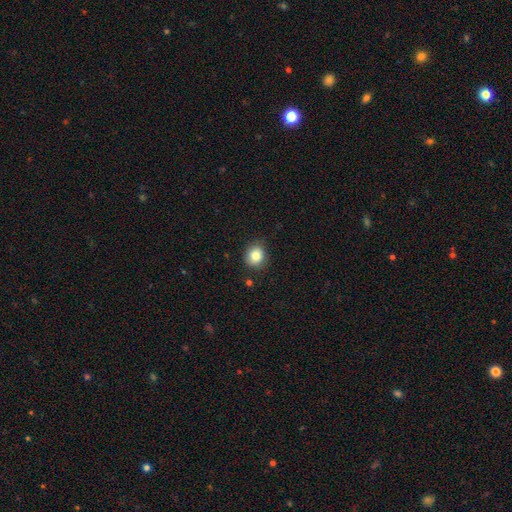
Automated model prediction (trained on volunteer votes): Smooth or featured? smooth (83%)
How rounded? round (79%)
Merging? none (85%)